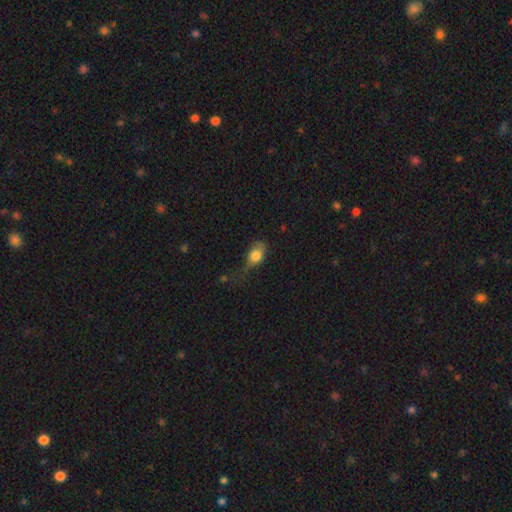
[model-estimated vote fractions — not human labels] A smooth galaxy with no disk features (78%) that is in between round and cigar-shaped (69%).

Vote fractions:
- Smooth or featured? smooth: 78% / featured or disk: 14% / star or artifact: 9%
- How rounded? in between: 69% / round: 27% / cigar-shaped: 4%
- Merging? minor disturbance: 37% / none: 31% / major disturbance: 28% / merger: 4%